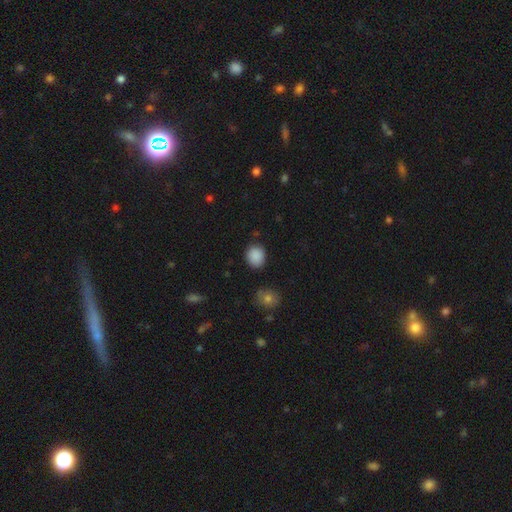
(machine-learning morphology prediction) Smooth or featured: smooth — 88% (star or artifact — 9%)
How rounded: round — 67% (in between — 32%)
Merging: none — 83% (minor disturbance — 12%)